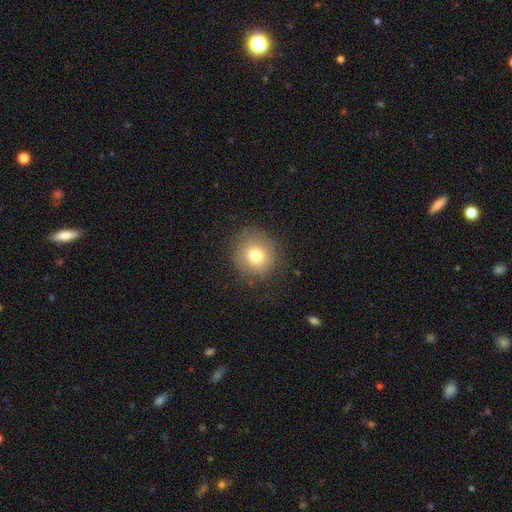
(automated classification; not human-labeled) smooth 75%, featured or disk 13%, star or artifact 12%. Down the decision tree: how rounded — round (90%); merging — none (81%).